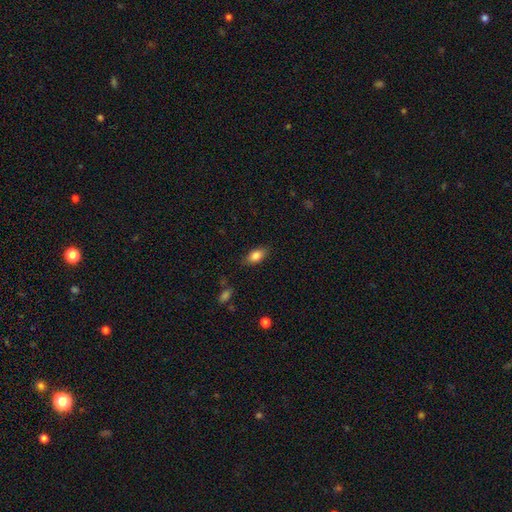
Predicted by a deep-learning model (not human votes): Smooth or featured? Predicted: smooth (p=0.84). How rounded? Predicted: in between (p=0.89). Merging? Predicted: none (p=0.83).